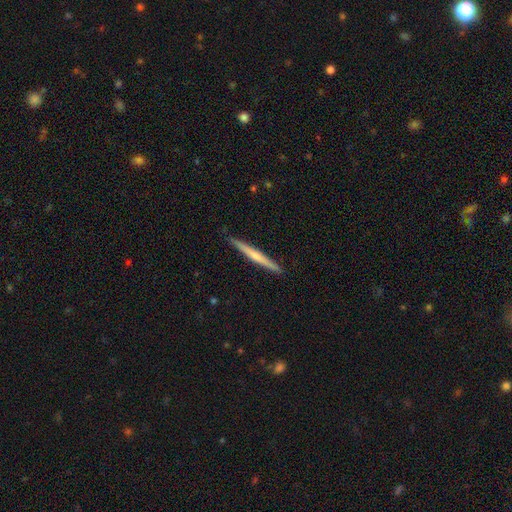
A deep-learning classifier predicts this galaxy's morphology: Smooth or featured?
  - featured or disk: 53% *
  - smooth: 42%
  - star or artifact: 5%
Edge-on disk?
  - yes: 98% *
  - no: 2%
Edge-on bulge?
  - none: 47% *
  - rounded: 45%
  - boxy: 8%
Merging?
  - none: 91% *
  - minor disturbance: 7%
  - major disturbance: 1%
  - merger: 1%